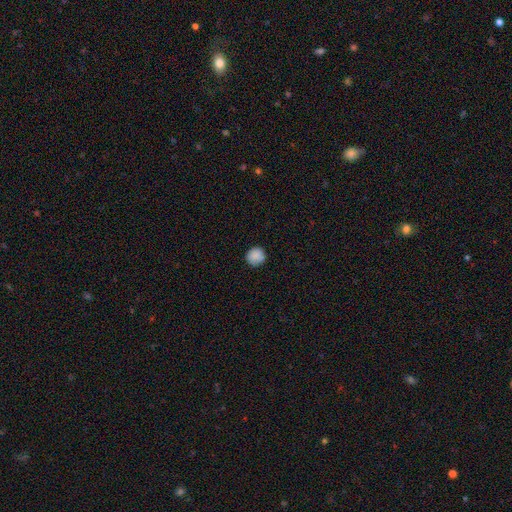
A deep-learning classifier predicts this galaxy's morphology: Smooth or featured? Predicted: smooth (p=0.87). How rounded? Predicted: round (p=0.93). Merging? Predicted: none (p=0.87).